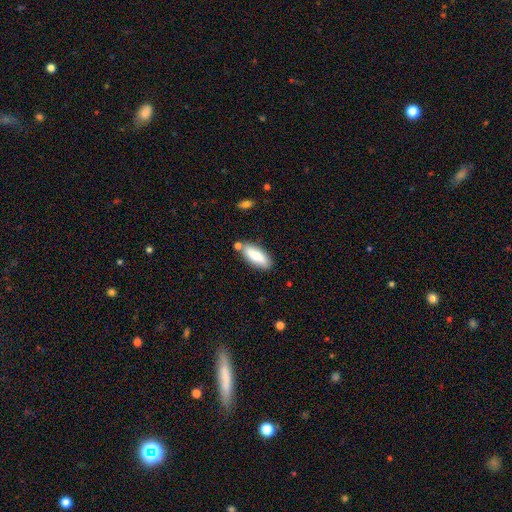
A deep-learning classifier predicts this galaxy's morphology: A smooth galaxy with no disk features (76%) that is in between round and cigar-shaped (71%). Merging: none (73%).